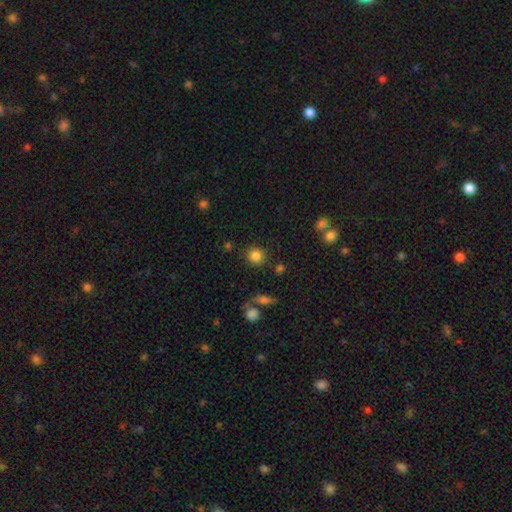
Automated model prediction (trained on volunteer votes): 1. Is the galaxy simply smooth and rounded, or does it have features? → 83% smooth, 12% star or artifact, 6% featured or disk.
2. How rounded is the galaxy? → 89% round, 10% in between, 1% cigar-shaped.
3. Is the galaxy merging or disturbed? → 85% none, 8% minor disturbance, 4% merger, 3% major disturbance.